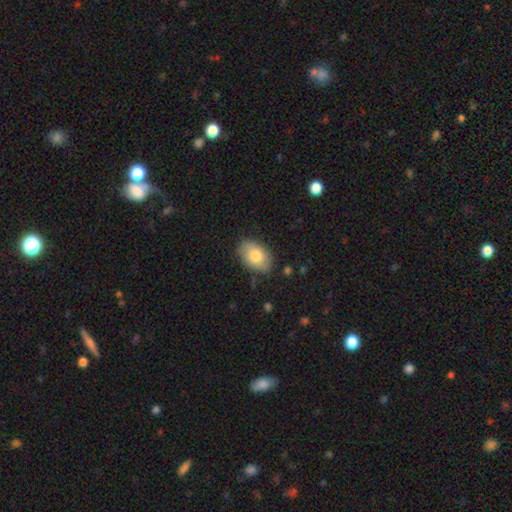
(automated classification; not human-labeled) Morphology: type=smooth (76%); roundness=in between (90%); merging=none (78%).